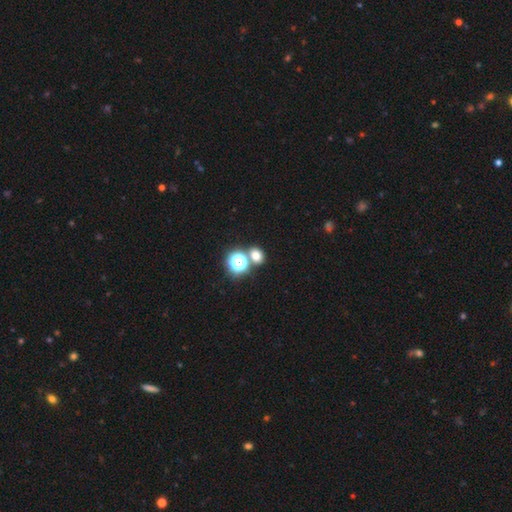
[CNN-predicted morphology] This appears to be a smooth galaxy with no disk features (67%) that is round (60%). Merging: none (67%).